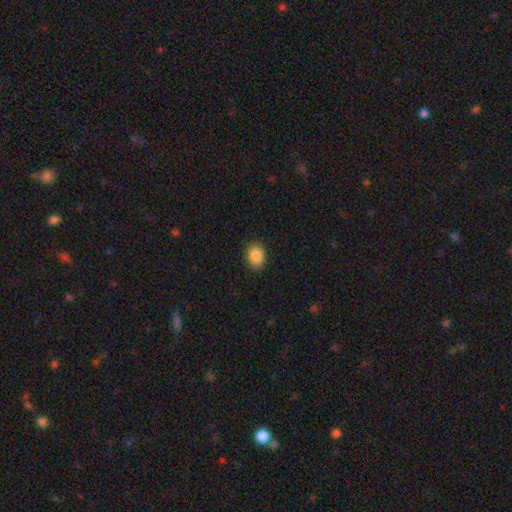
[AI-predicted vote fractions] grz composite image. It shows a smooth galaxy with no disk features (88%) that is in between round and cigar-shaped (65%). Merging: none (89%).